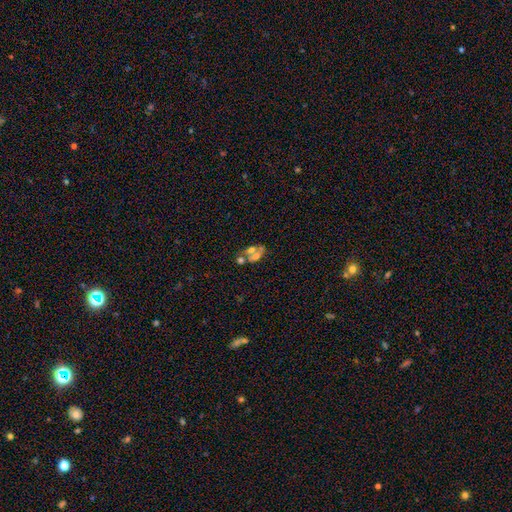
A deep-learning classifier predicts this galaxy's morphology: Q: Smooth or featured?
A: smooth (42%); tied with: featured or disk (42%)
Q: Merging?
A: merger (54%); runner-up: none (27%)